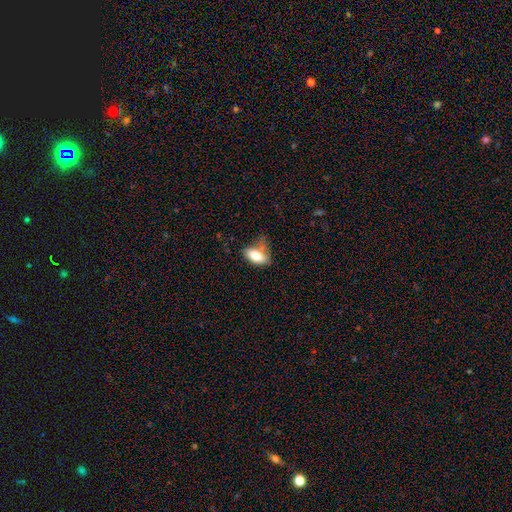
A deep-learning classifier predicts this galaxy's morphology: Q: Smooth or featured?
A: smooth (78%); runner-up: featured or disk (15%)
Q: How rounded?
A: in between (89%); runner-up: cigar-shaped (6%)
Q: Merging?
A: none (37%); runner-up: minor disturbance (36%)